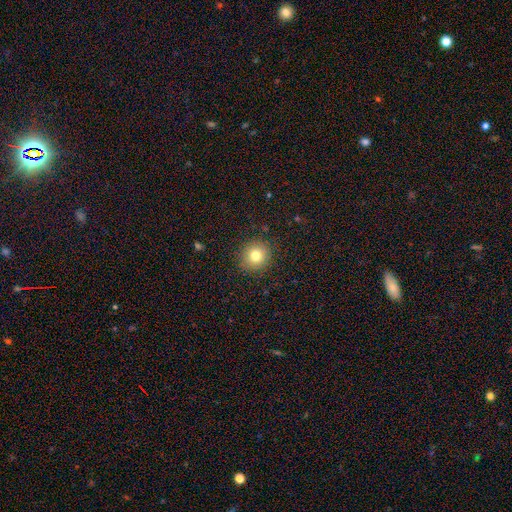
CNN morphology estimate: smooth 78%, star or artifact 12%, featured or disk 9%. Down the decision tree: how rounded — round (92%); merging — none (90%).